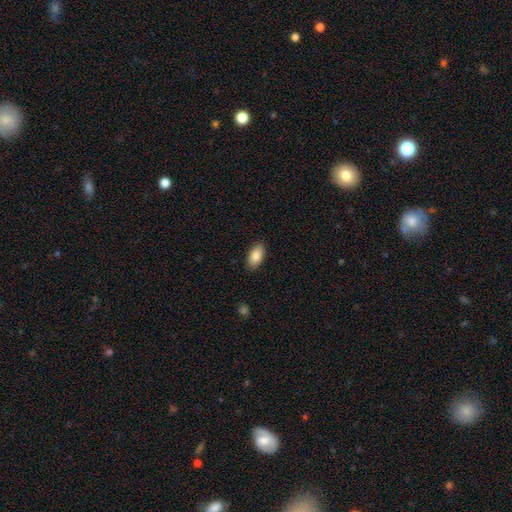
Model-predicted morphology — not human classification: Q: Smooth or featured?
A: smooth (86%); runner-up: featured or disk (8%)
Q: How rounded?
A: in between (94%); runner-up: round (3%)
Q: Merging?
A: none (89%); runner-up: minor disturbance (8%)